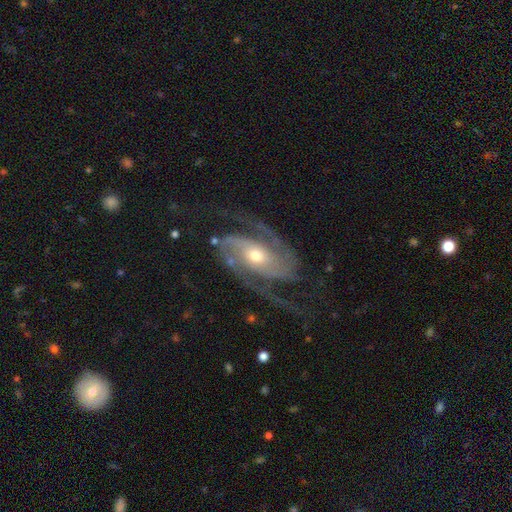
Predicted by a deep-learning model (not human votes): The model was most divided on "bulge size": moderate: 55%, small: 39%, large: 4%, dominant: 1%, none: 1%. Remaining: spiral arms — yes (98%); edge-on disk — no (96%); smooth or featured — featured or disk (91%); spiral arm count — 2 (81%); merging — none (67%); bar — no (54%); spiral winding — medium (49%).